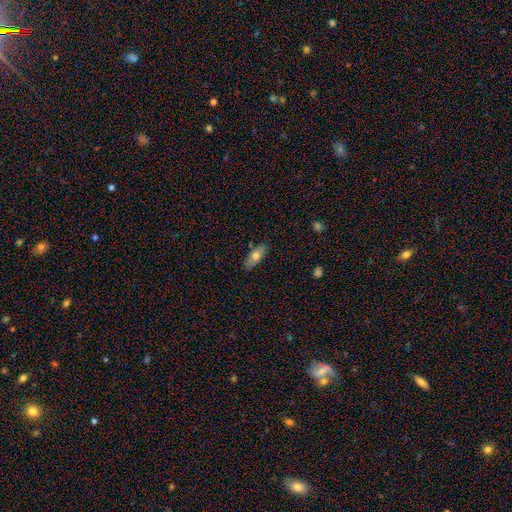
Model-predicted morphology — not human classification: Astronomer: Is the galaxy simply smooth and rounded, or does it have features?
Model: smooth — 69%.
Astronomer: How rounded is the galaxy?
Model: in between — 77%.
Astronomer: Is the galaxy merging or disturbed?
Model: none — 84%.